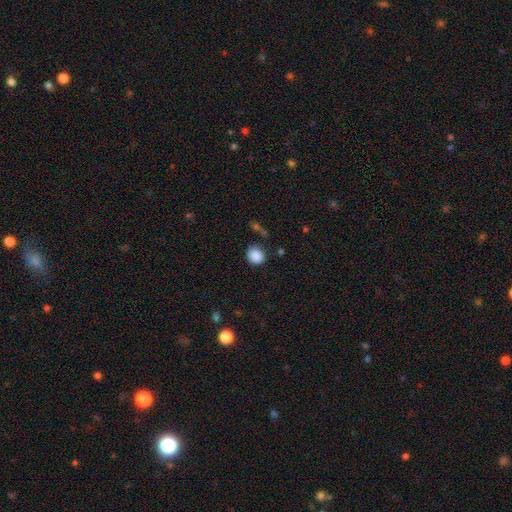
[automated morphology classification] This appears to be a smooth galaxy with no disk features (88%) that is round (74%). Merging: none (78%).